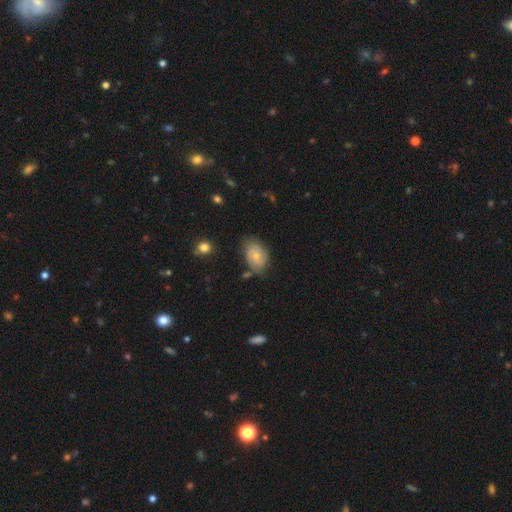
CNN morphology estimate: Q: Smooth or featured?
A: smooth (48%); runner-up: featured or disk (44%)
Q: Merging?
A: none (62%); runner-up: minor disturbance (26%)